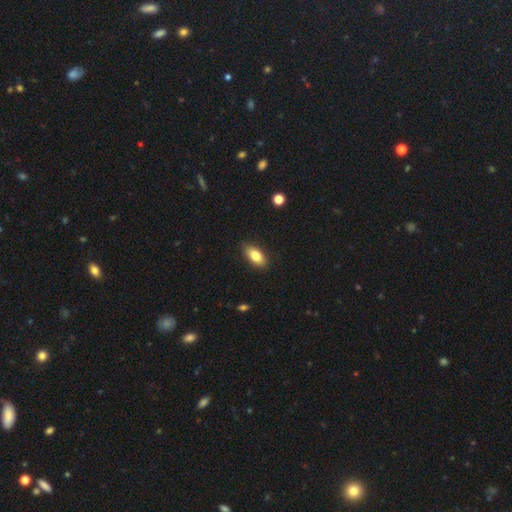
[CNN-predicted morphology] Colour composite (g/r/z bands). It shows a smooth galaxy with no disk features (81%) that is in between round and cigar-shaped (87%). Merging: none (86%).